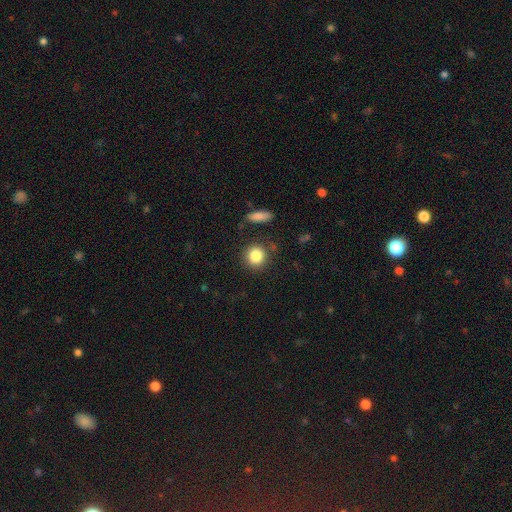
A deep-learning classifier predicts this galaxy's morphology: This is clearly a smooth galaxy (85%). How rounded: clearly round (88%). Merging: clearly none (85%).